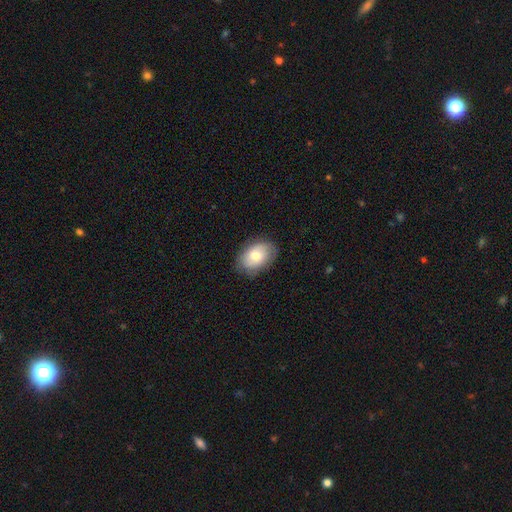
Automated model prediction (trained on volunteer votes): Q: Smooth or featured?
A: smooth (68%); runner-up: featured or disk (25%)
Q: How rounded?
A: in between (84%); runner-up: round (15%)
Q: Merging?
A: none (80%); runner-up: minor disturbance (16%)